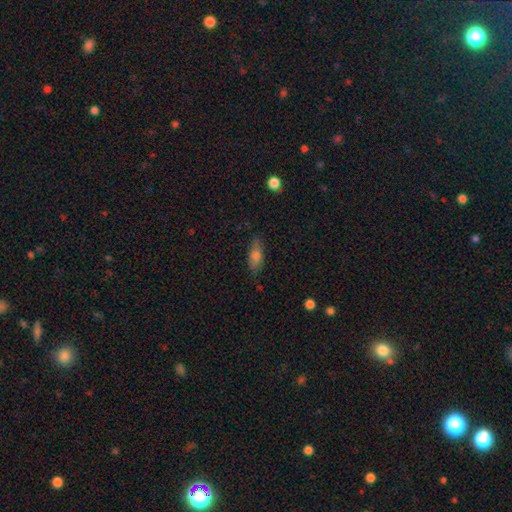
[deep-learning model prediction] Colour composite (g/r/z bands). It shows a smooth galaxy with no disk features (67%) that is in between round and cigar-shaped (65%). Merging: none (80%).